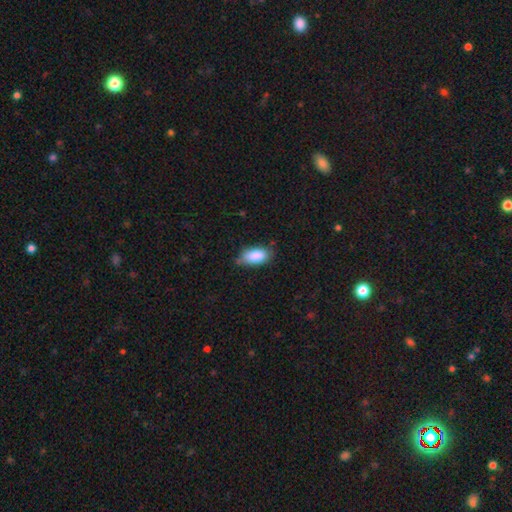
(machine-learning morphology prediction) Smooth or featured? Predicted: smooth (p=0.87). How rounded? Predicted: in between (p=0.92). Merging? Predicted: none (p=0.66).